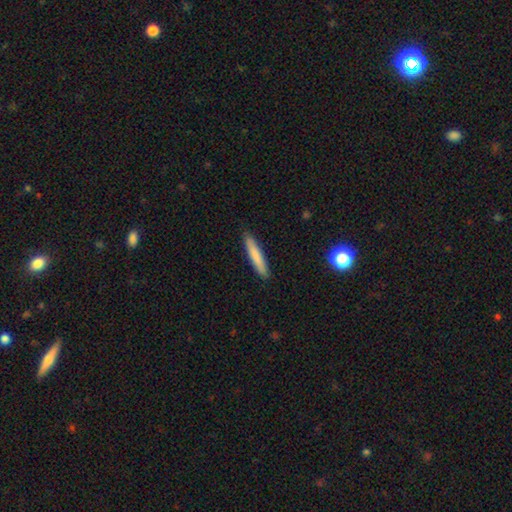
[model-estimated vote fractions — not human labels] smooth_or_featured: smooth (p=0.79) [alt: featured or disk p=0.15]
how_rounded: cigar-shaped (p=0.92) [alt: in between p=0.07]
merging: none (p=0.90) [alt: minor disturbance p=0.08]